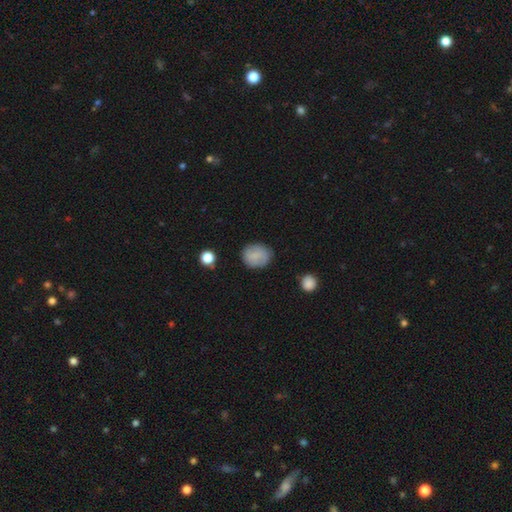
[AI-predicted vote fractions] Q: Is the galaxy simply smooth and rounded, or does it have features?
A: smooth — 73%.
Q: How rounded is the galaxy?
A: round — 64%.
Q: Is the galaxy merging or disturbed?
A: none — 78%.